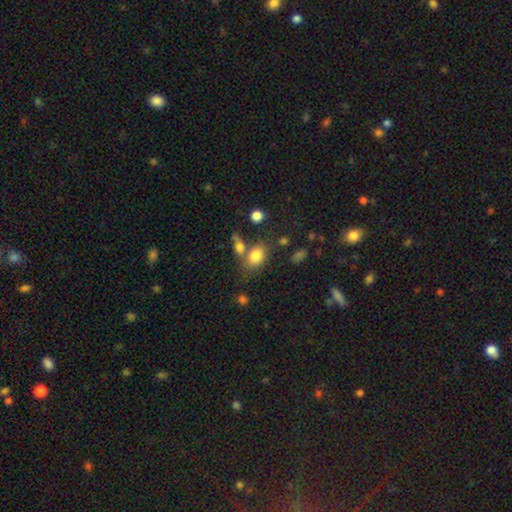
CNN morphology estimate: Overall: smooth (80%). How rounded: in between (73%). Merging: none (53%; merger 27%).